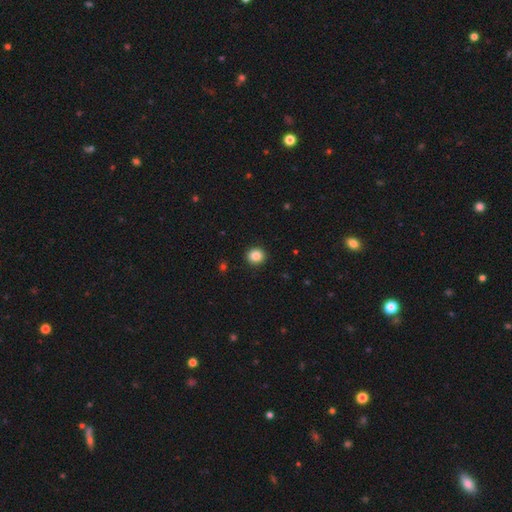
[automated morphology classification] type=smooth (86%); roundness=round (89%); merging=none (92%).